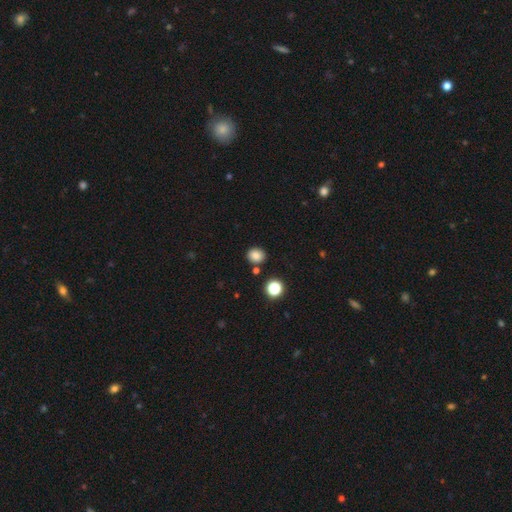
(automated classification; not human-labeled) A smooth galaxy with no disk features (83%) that is round (73%).

Vote fractions:
- Smooth or featured? smooth: 83% / star or artifact: 12% / featured or disk: 5%
- How rounded? round: 73% / in between: 26% / cigar-shaped: 1%
- Merging? none: 84% / minor disturbance: 9% / merger: 5% / major disturbance: 2%